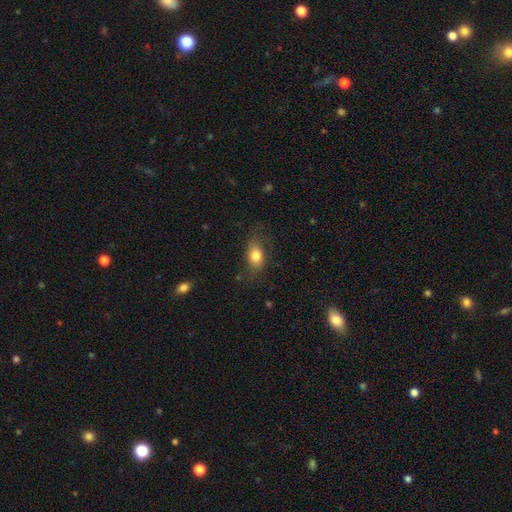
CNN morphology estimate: Smooth or featured: smooth — 79% (featured or disk — 12%)
How rounded: in between — 81% (round — 16%)
Merging: none — 73% (minor disturbance — 18%)